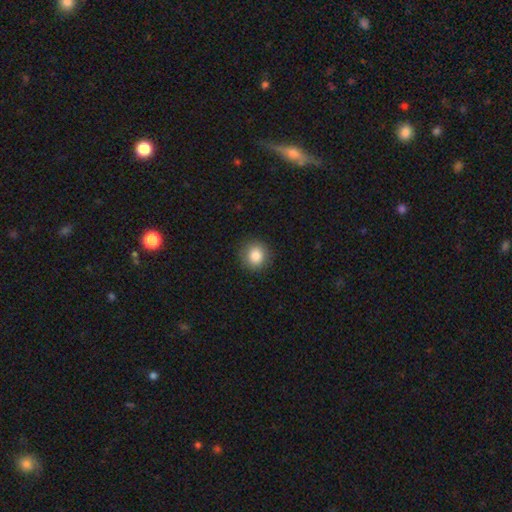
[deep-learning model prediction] smooth 85%, star or artifact 9%, featured or disk 5%. Down the decision tree: how rounded — round (89%); merging — none (89%).